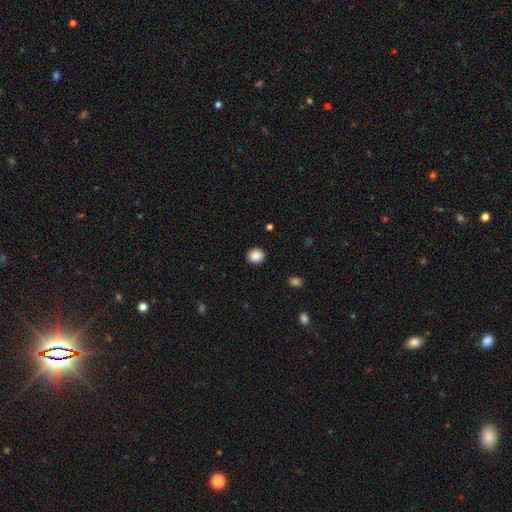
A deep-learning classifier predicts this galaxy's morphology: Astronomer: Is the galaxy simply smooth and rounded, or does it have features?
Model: smooth — 88%.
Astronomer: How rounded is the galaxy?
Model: round — 80%.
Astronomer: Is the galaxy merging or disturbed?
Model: none — 91%.